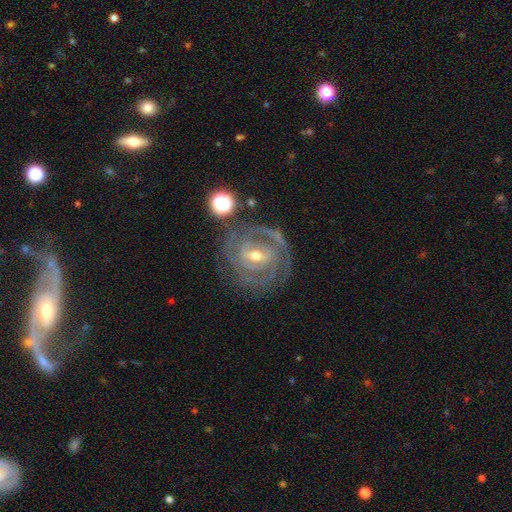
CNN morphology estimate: This appears to be a featured or disk galaxy (88%) with a weak bar (48%), 2 (29%) tight (73%) spiral arms (94%) and a moderate central bulge (57%). Merging: none (73%).